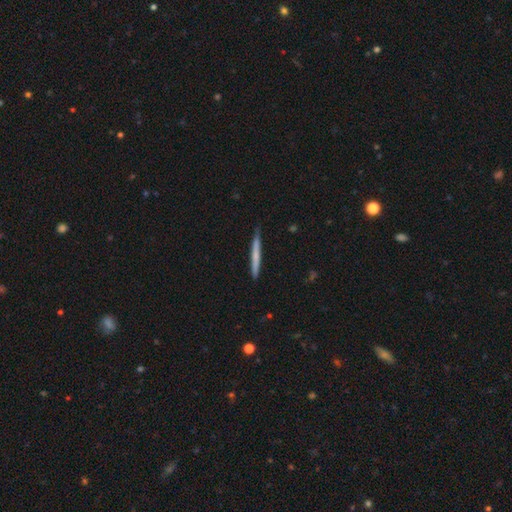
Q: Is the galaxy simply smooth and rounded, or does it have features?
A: smooth — 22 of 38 (58%).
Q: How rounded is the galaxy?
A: cigar-shaped — 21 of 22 (95%).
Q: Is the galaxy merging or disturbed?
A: none — 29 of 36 (81%).